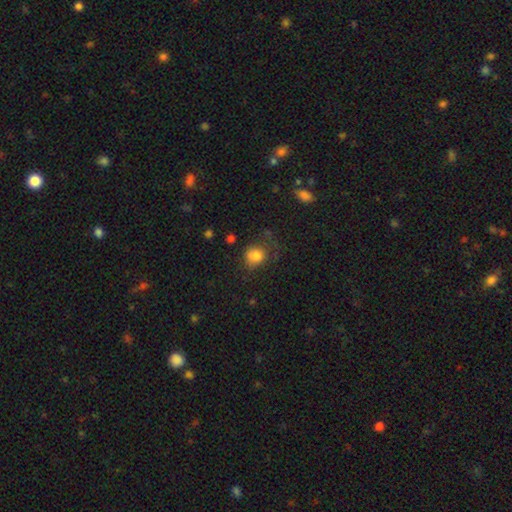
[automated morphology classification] smooth 81%, star or artifact 11%, featured or disk 8%. Down the decision tree: how rounded — round (71%); merging — none (55%).